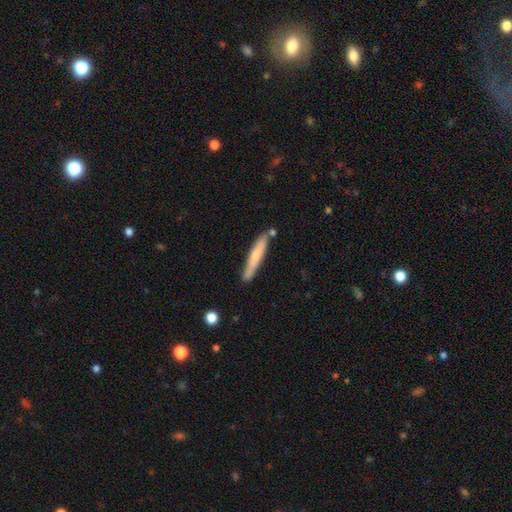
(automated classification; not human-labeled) smooth_or_featured: smooth (p=0.65) [alt: featured or disk p=0.30]
how_rounded: cigar-shaped (p=0.93) [alt: in between p=0.06]
merging: none (p=0.78) [alt: minor disturbance p=0.13]